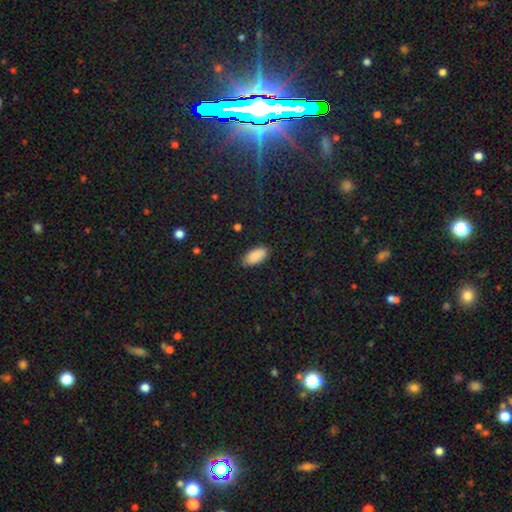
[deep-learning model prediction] Q: Smooth or featured?
A: smooth (90%); runner-up: star or artifact (7%)
Q: How rounded?
A: in between (93%); runner-up: cigar-shaped (5%)
Q: Merging?
A: none (85%); runner-up: minor disturbance (12%)